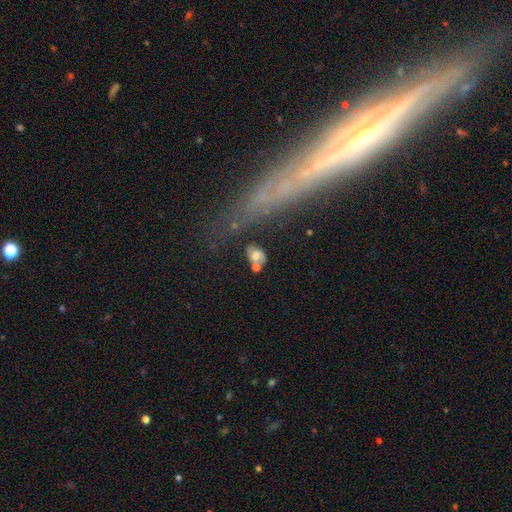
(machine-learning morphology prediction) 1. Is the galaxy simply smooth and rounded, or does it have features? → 52% smooth, 38% featured or disk, 11% star or artifact.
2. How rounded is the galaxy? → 58% in between, 39% round, 2% cigar-shaped.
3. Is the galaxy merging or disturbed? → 49% none, 25% merger, 17% minor disturbance, 10% major disturbance.